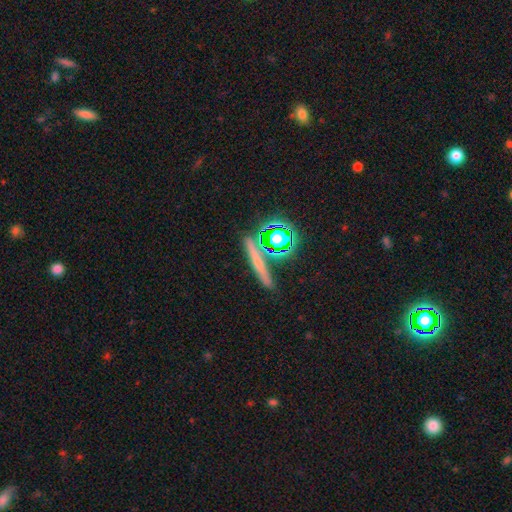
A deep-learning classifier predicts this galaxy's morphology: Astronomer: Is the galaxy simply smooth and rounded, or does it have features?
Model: star or artifact — 39% (runner-up: smooth, 36%).